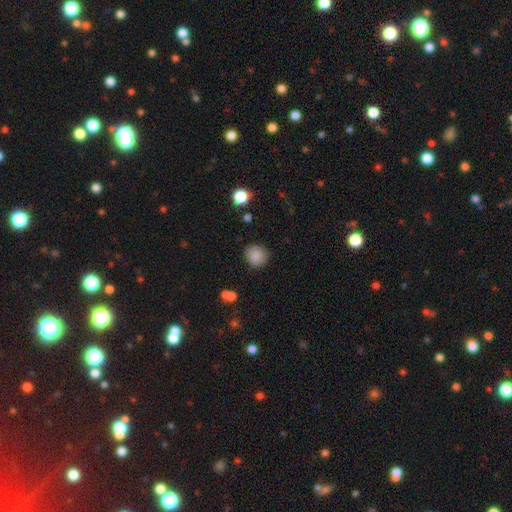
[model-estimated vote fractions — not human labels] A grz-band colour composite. It shows a smooth galaxy with no disk features (86%) that is round (84%). Merging: none (84%).